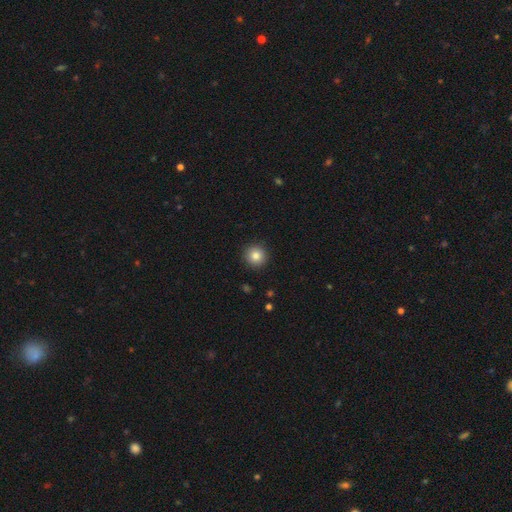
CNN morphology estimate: type=smooth (83%); roundness=round (95%); merging=none (92%).